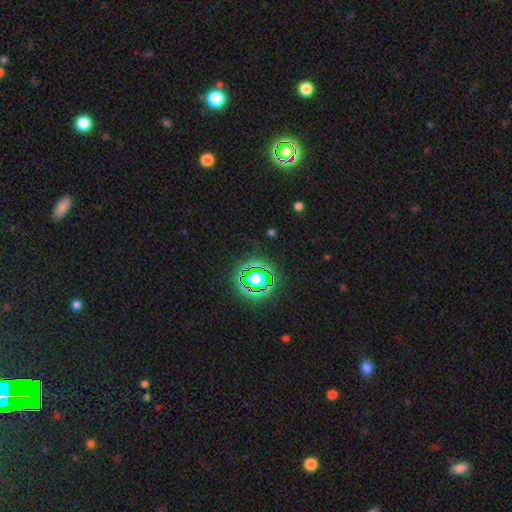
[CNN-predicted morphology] Smooth or featured? star or artifact (76%)